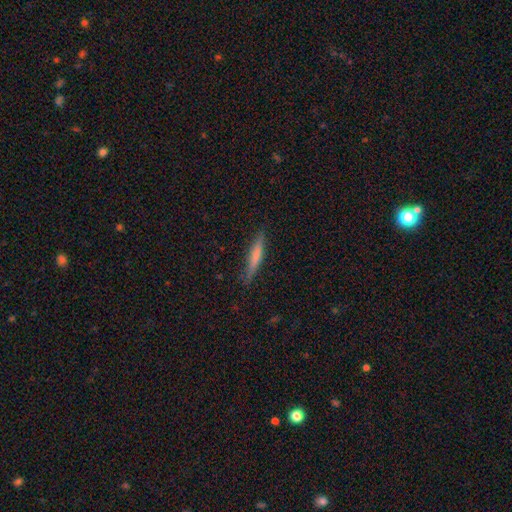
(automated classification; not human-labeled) Q: Smooth or featured?
A: smooth (59%); runner-up: featured or disk (34%)
Q: How rounded?
A: cigar-shaped (93%); runner-up: in between (6%)
Q: Merging?
A: none (86%); runner-up: minor disturbance (11%)